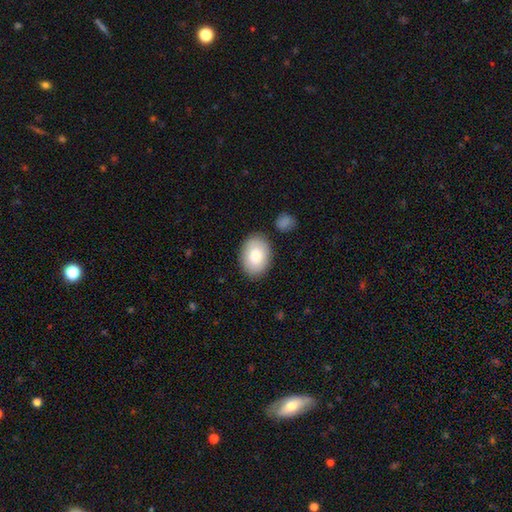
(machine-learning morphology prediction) smooth 83%, featured or disk 11%, star or artifact 6%. Down the decision tree: how rounded — in between (84%); merging — none (83%).